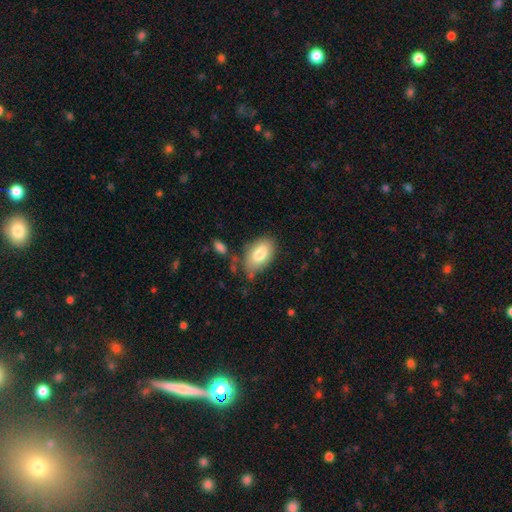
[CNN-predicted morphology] smooth 80%, featured or disk 13%, star or artifact 7%. Down the decision tree: how rounded — in between (93%); merging — none (65%).